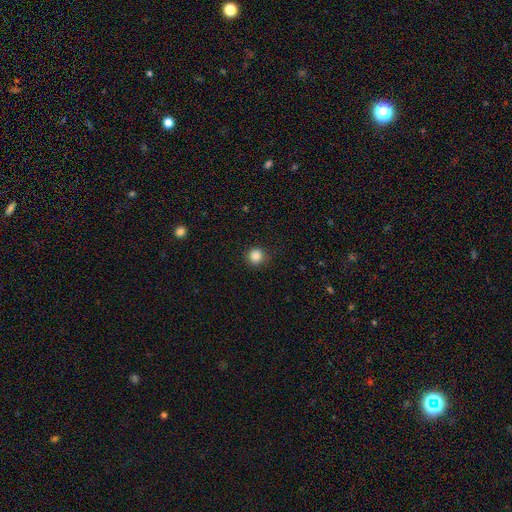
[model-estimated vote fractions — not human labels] Overall: smooth (86%). How rounded: round (93%). Merging: none (88%).